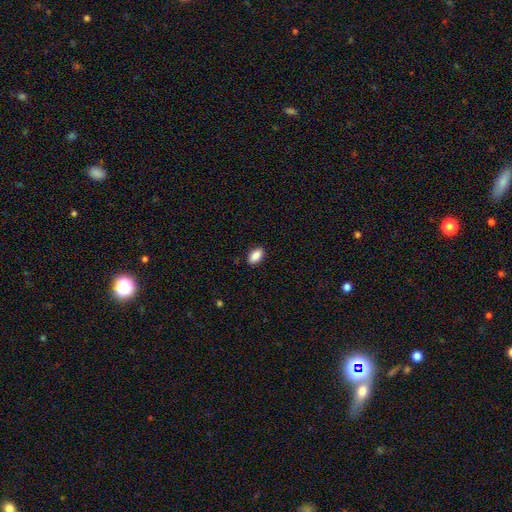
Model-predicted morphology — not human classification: smooth 89%, star or artifact 7%, featured or disk 4%. Down the decision tree: how rounded — in between (93%); merging — none (89%).